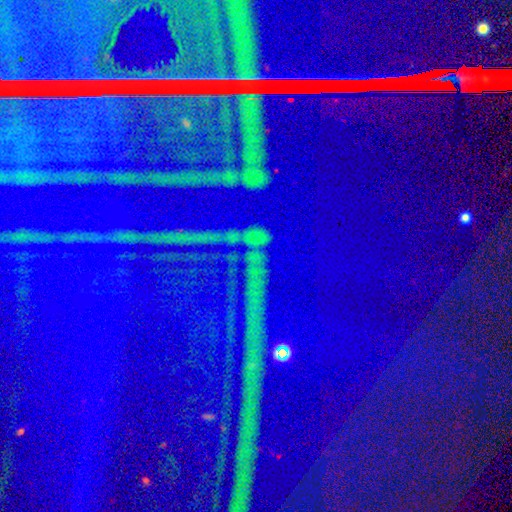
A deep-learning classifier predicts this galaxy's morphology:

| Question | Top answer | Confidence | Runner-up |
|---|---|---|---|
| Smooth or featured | star or artifact | 88% | featured or disk (7%) |